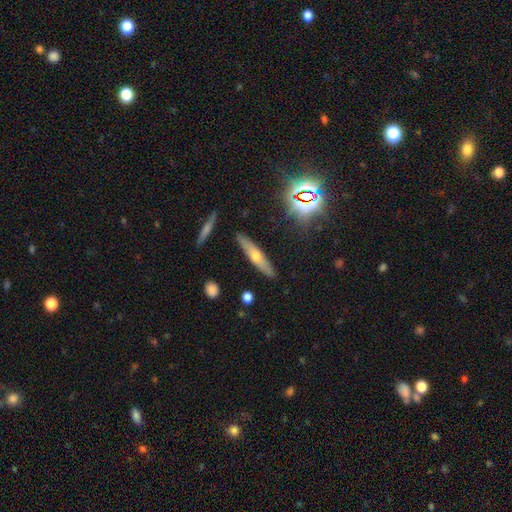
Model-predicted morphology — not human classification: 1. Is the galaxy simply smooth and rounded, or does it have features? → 45% featured or disk, 44% smooth, 11% star or artifact.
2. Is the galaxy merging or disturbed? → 87% none, 9% minor disturbance, 2% merger, 2% major disturbance.